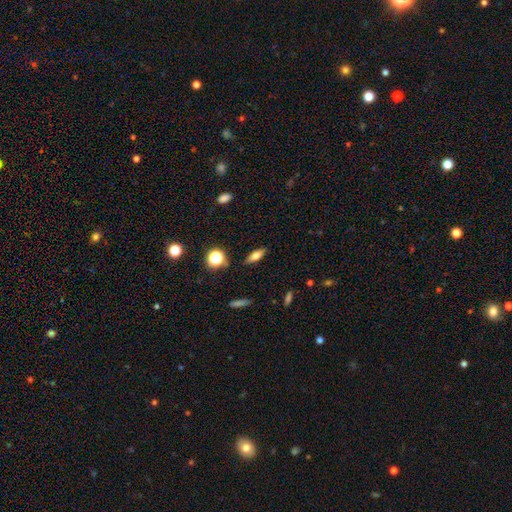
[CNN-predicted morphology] A smooth galaxy with no disk features (65%) that is in between round and cigar-shaped (61%).

Vote fractions:
- Smooth or featured? smooth: 65% / featured or disk: 24% / star or artifact: 12%
- How rounded? in between: 61% / cigar-shaped: 33% / round: 6%
- Merging? none: 85% / minor disturbance: 10% / major disturbance: 3% / merger: 2%